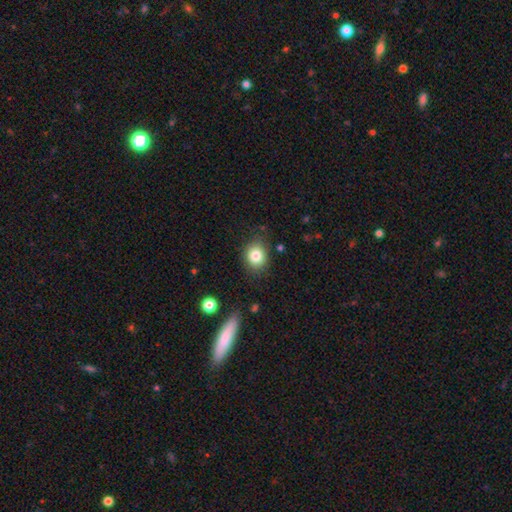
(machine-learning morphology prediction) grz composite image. It shows a smooth galaxy with no disk features (82%) that is round (59%). Merging: none (80%).